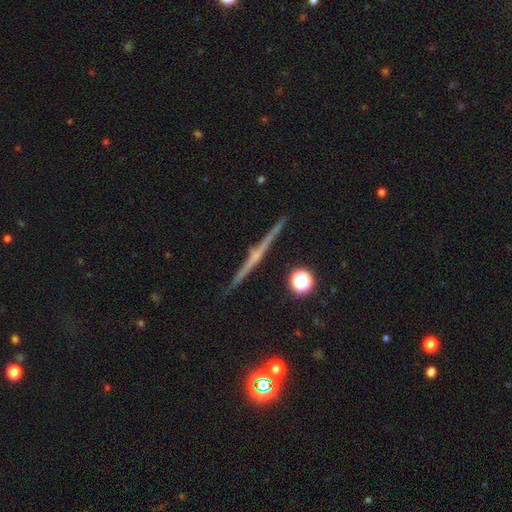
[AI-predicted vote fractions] featured or disk 81%, smooth 11%, star or artifact 8%. Down the decision tree: edge-on disk — yes (98%); edge-on bulge — rounded (64%); merging — none (92%).